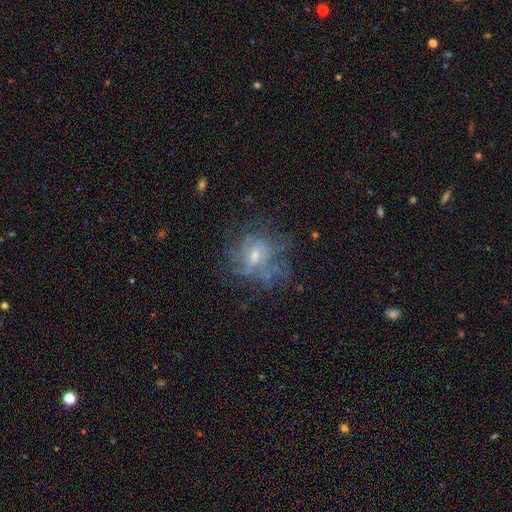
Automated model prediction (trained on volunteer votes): Smooth or featured?
  - featured or disk: 66% *
  - smooth: 21%
  - star or artifact: 12%
Edge-on disk?
  - no: 97% *
  - yes: 3%
Bar?
  - no: 59% *
  - weak: 36%
  - strong: 6%
Spiral arms?
  - yes: 61% *
  - no: 39%
Bulge size?
  - small: 46% *
  - moderate: 45%
  - none: 5%
  - large: 3%
  - dominant: 1%
Merging?
  - none: 56% *
  - major disturbance: 21%
  - minor disturbance: 20%
  - merger: 3%